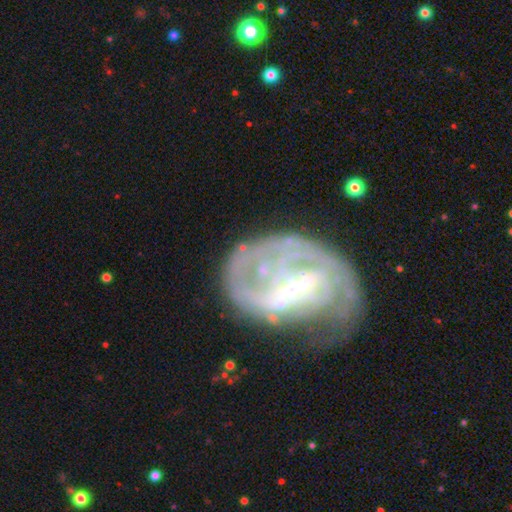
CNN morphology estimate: Smooth or featured: featured or disk — 78% (smooth — 13%)
Edge-on disk: no — 96% (yes — 4%)
Bar: weak — 44% (strong — 38%)
Spiral arms: yes — 79% (no — 21%)
Spiral winding: tight — 49% (medium — 32%)
Spiral arm count: can't tell — 42% (2 — 29%)
Bulge size: small — 58% (moderate — 28%)
Merging: none — 45% (major disturbance — 26%)